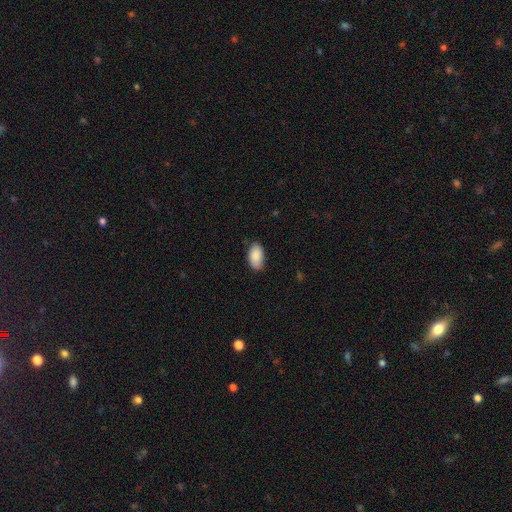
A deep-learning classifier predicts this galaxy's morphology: type=smooth (89%); roundness=in between (95%); merging=none (82%).